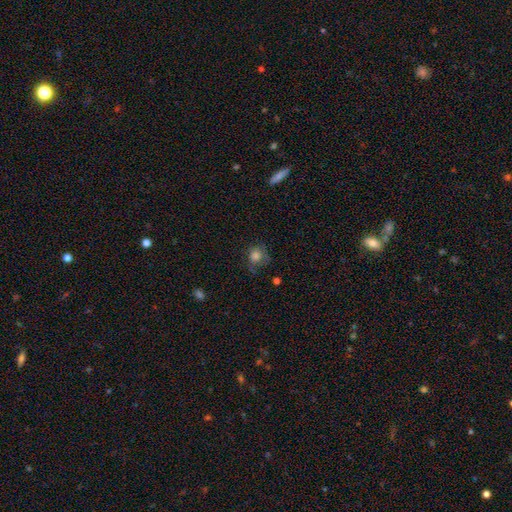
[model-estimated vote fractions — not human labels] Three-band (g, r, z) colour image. It shows a smooth galaxy with no disk features (73%) that is round (77%). Merging: none (55%).